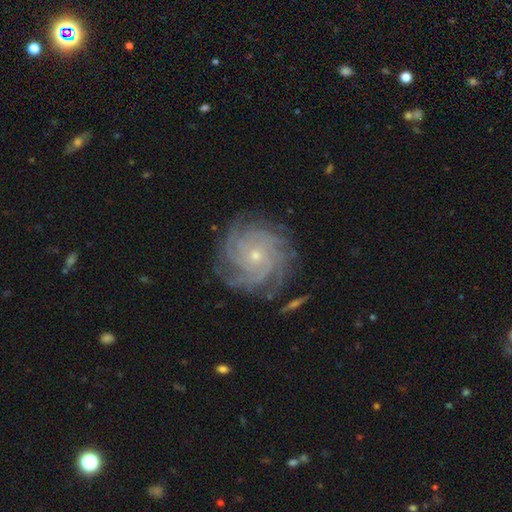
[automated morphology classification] Q: Smooth or featured?
A: featured or disk (88%); runner-up: star or artifact (6%)
Q: Edge-on disk?
A: no (98%); runner-up: yes (2%)
Q: Bar?
A: no (78%); runner-up: weak (18%)
Q: Spiral arms?
A: yes (98%); runner-up: no (2%)
Q: Spiral winding?
A: tight (78%); runner-up: medium (19%)
Q: Spiral arm count?
A: 4 (31%); runner-up: more than 4 (27%)
Q: Bulge size?
A: small (75%); runner-up: moderate (22%)
Q: Merging?
A: none (81%); runner-up: minor disturbance (13%)